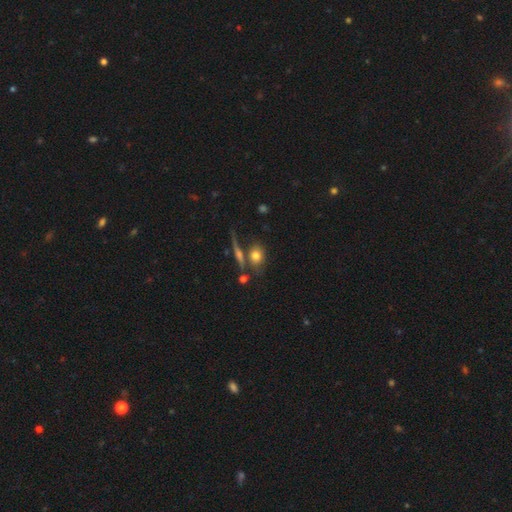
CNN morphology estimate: A smooth galaxy with no disk features (73%) that is round (48%).

Vote fractions:
- Smooth or featured? smooth: 73% / featured or disk: 16% / star or artifact: 11%
- How rounded? round: 48% / in between: 47% / cigar-shaped: 6%
- Merging? none: 57% / merger: 21% / minor disturbance: 14% / major disturbance: 8%